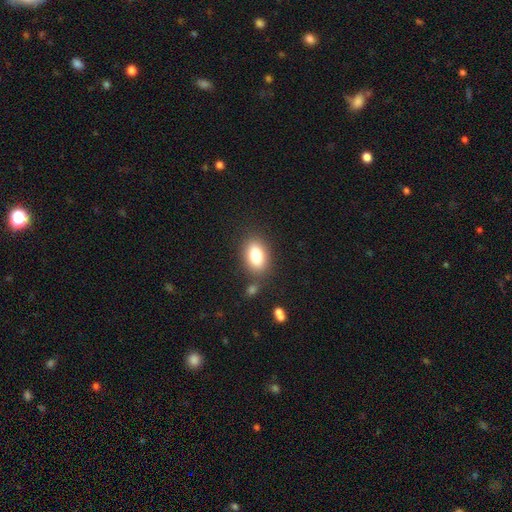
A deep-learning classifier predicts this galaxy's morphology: This appears to be a smooth galaxy with no disk features (83%) that is in between round and cigar-shaped (88%). Merging: none (79%).